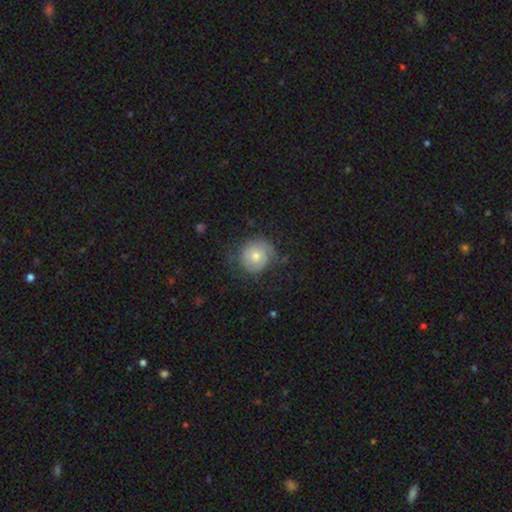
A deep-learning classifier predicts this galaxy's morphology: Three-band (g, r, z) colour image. It shows a smooth galaxy with no disk features (47%). Merging: none (62%).